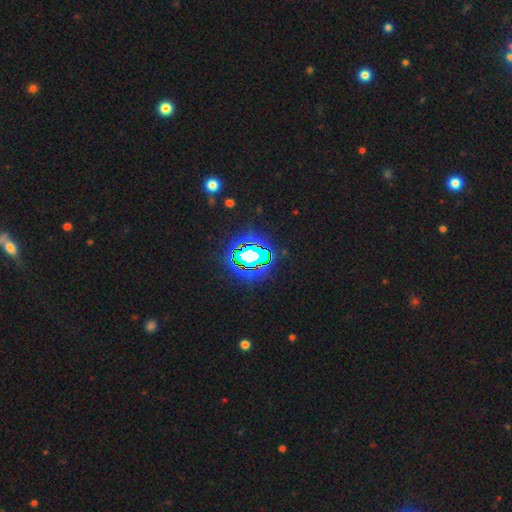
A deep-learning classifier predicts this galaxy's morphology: A star or artifact, not a galaxy (76%).

Vote fractions:
- Smooth or featured? star or artifact: 76% / smooth: 13% / featured or disk: 10%